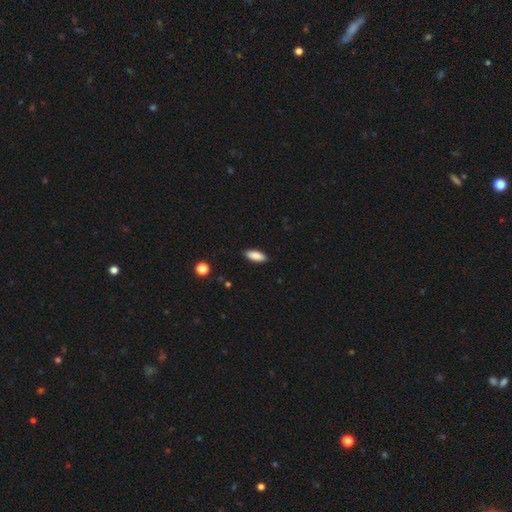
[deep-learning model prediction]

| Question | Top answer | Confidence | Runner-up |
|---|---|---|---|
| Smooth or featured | smooth | 88% | star or artifact (7%) |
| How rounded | in between | 76% | cigar-shaped (22%) |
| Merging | none | 88% | minor disturbance (9%) |